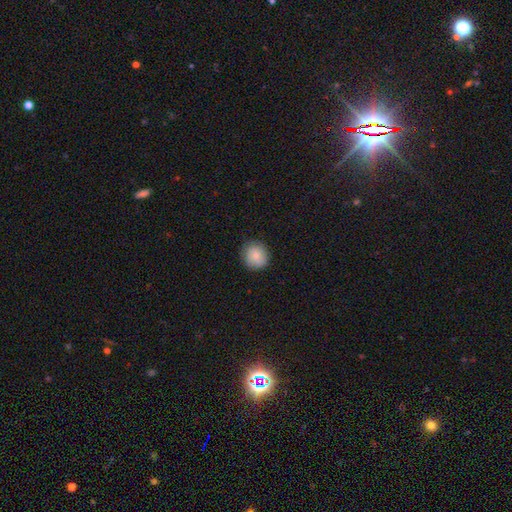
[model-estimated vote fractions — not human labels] Morphology: type=smooth (82%); roundness=round (88%); merging=none (84%).